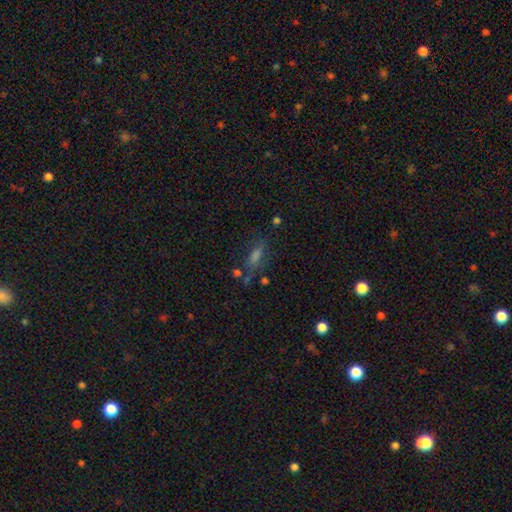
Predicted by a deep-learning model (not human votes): smooth-or-featured: smooth: 48% | star or artifact: 28% | featured or disk: 24%
  merging: none: 60% | minor disturbance: 19% | major disturbance: 11% | merger: 10%